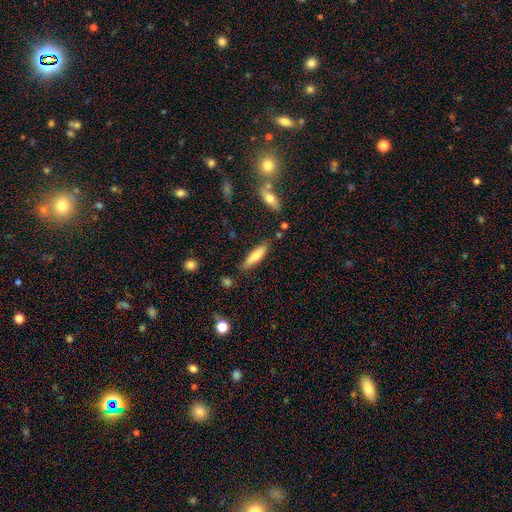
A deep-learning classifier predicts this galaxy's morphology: This is likely a smooth galaxy (74%). How rounded: likely cigar-shaped (67%). Merging: likely none (80%).